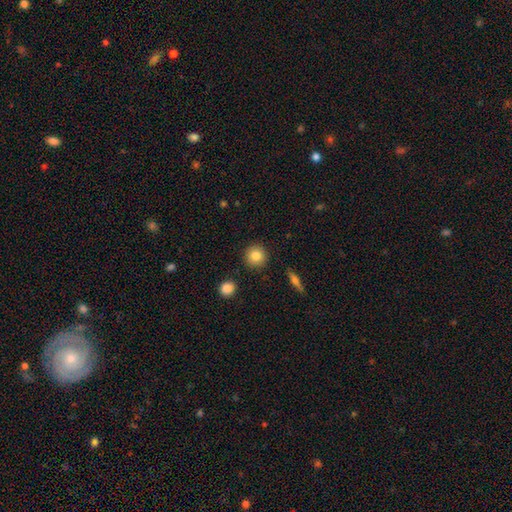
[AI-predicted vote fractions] Smooth or featured: smooth — 83% (star or artifact — 9%)
How rounded: round — 93% (in between — 6%)
Merging: none — 91% (minor disturbance — 6%)